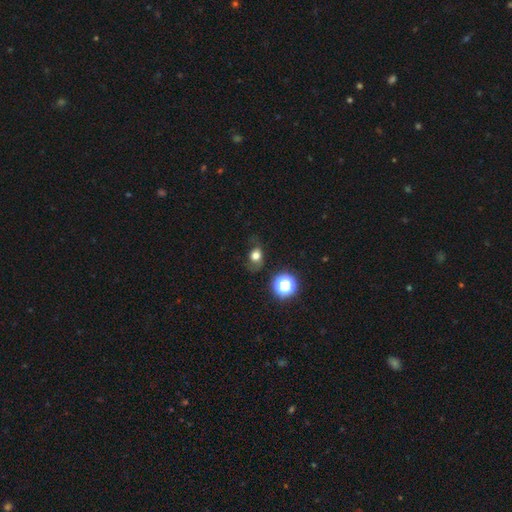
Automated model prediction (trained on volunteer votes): Overall: smooth (71%). How rounded: in between (57%; round 42%). Merging: none (57%; minor disturbance 26%).